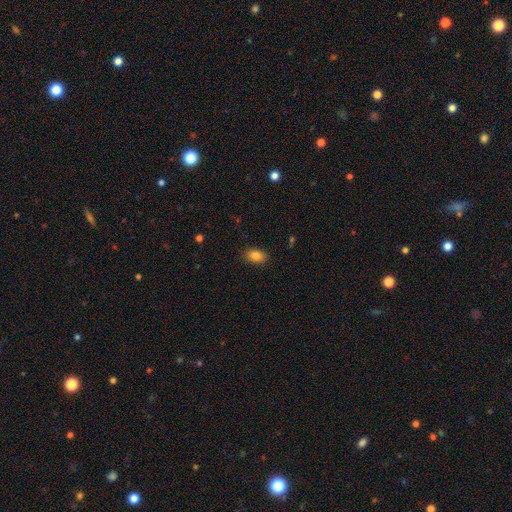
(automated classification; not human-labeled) smooth-or-featured: smooth: 84% | star or artifact: 9% | featured or disk: 7%
  how-rounded: in between: 86% | round: 13% | cigar-shaped: 2%
  merging: none: 87% | minor disturbance: 9% | major disturbance: 2% | merger: 1%